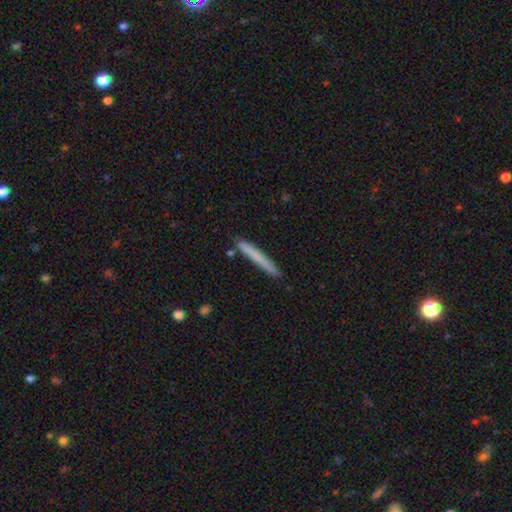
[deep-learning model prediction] This appears to be a smooth galaxy with no disk features (71%) that is cigar-shaped (97%). Merging: none (87%).